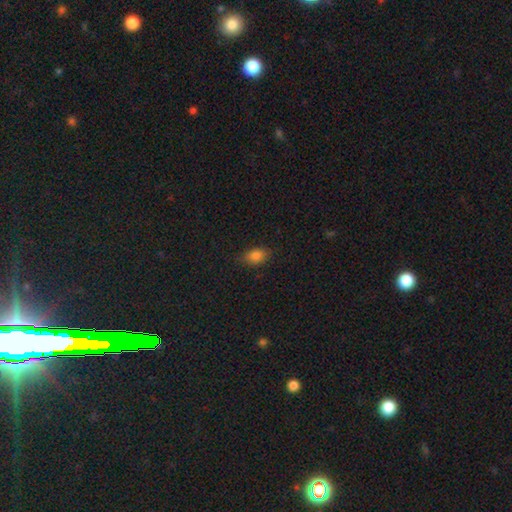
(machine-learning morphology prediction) smooth 83%, star or artifact 11%, featured or disk 5%. Down the decision tree: how rounded — in between (78%); merging — none (79%).